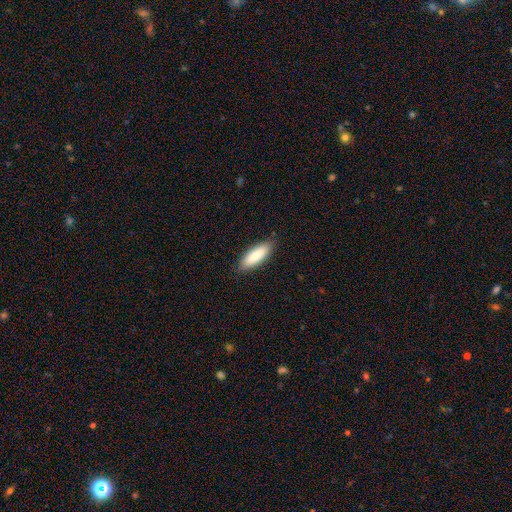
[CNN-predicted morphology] Overall: smooth (87%). How rounded: in between (59%; cigar-shaped 39%). Merging: none (87%).